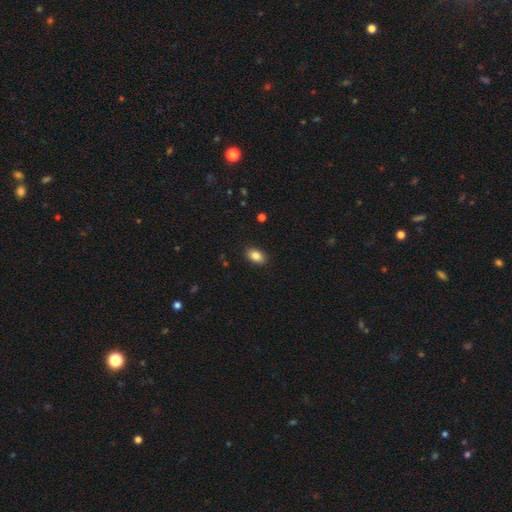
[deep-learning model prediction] Morphology: type=smooth (86%); roundness=in between (87%); merging=none (89%).